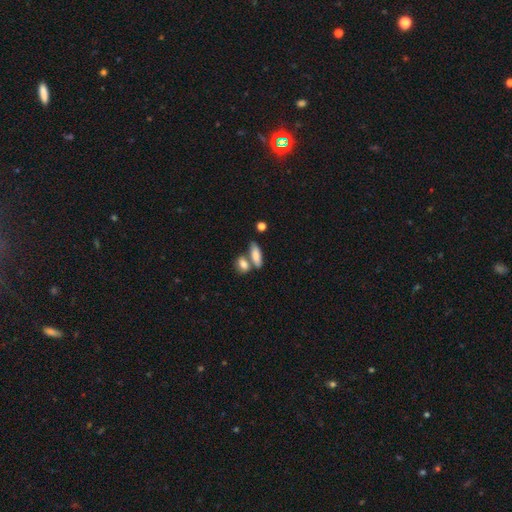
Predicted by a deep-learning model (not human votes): smooth 82%, featured or disk 11%, star or artifact 7%. Down the decision tree: how rounded — in between (71%); merging — none (49%).